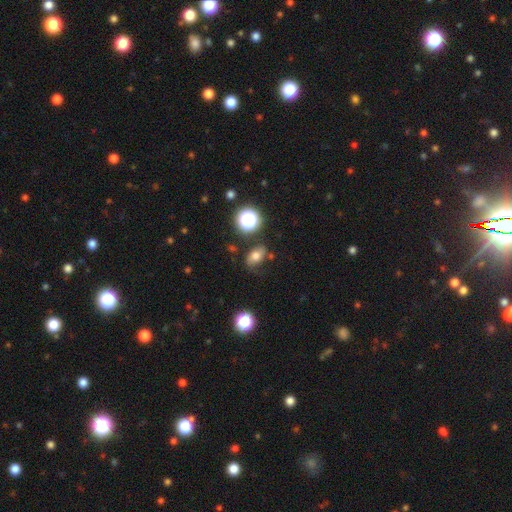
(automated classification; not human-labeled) smooth_or_featured: smooth (p=0.61) [alt: featured or disk p=0.22]
how_rounded: in between (p=0.74) [alt: round p=0.24]
merging: none (p=0.63) [alt: minor disturbance p=0.23]